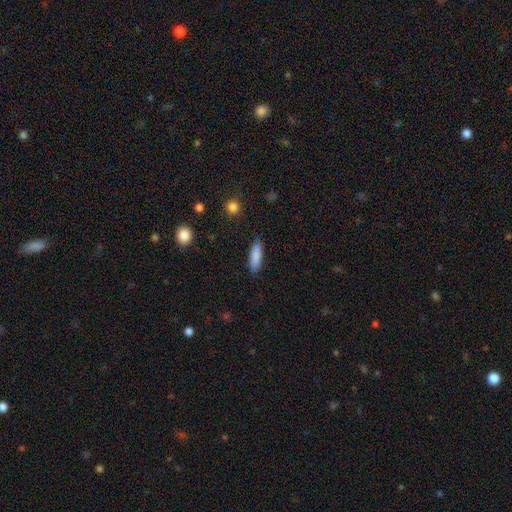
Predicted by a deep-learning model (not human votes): Q: Smooth or featured?
A: smooth (86%); runner-up: featured or disk (7%)
Q: How rounded?
A: cigar-shaped (57%); runner-up: in between (42%)
Q: Merging?
A: none (87%); runner-up: minor disturbance (10%)